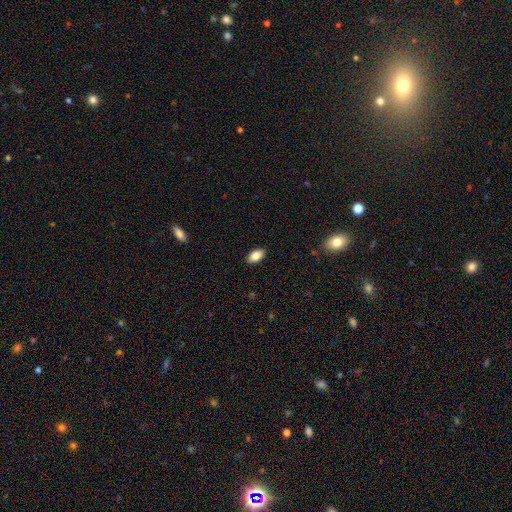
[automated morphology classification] smooth_or_featured: smooth (p=0.85) [alt: star or artifact p=0.07]
how_rounded: in between (p=0.93) [alt: round p=0.04]
merging: none (p=0.89) [alt: minor disturbance p=0.08]